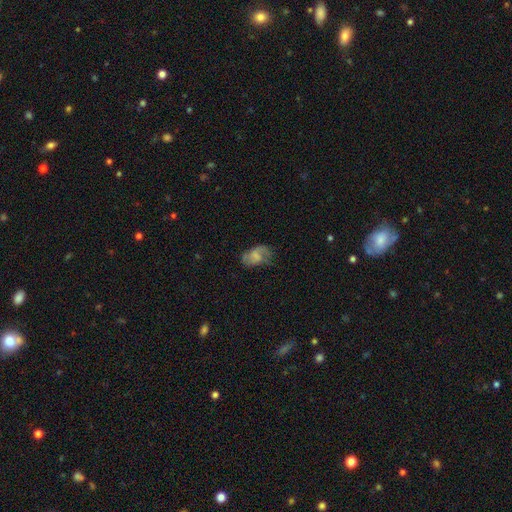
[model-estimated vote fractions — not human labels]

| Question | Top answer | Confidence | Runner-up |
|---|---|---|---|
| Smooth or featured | smooth | 49% | featured or disk (41%) |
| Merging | none | 47% | minor disturbance (29%) |